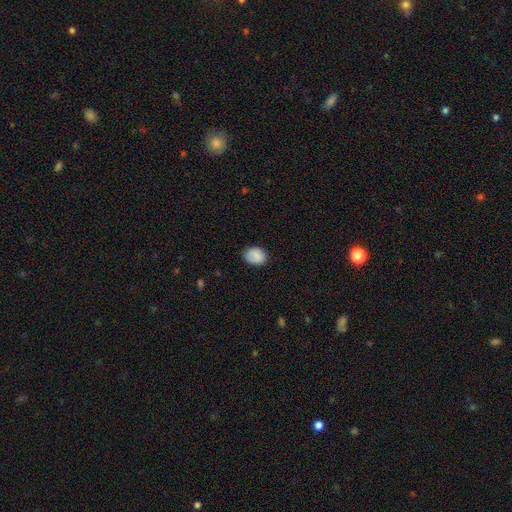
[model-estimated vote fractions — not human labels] Smooth or featured?
  - smooth: 83% *
  - featured or disk: 9%
  - star or artifact: 8%
How rounded?
  - in between: 56% *
  - round: 43%
  - cigar-shaped: 1%
Merging?
  - none: 81% *
  - minor disturbance: 14%
  - major disturbance: 3%
  - merger: 1%